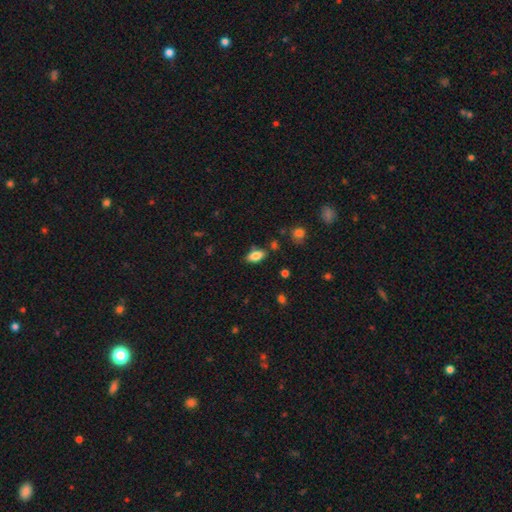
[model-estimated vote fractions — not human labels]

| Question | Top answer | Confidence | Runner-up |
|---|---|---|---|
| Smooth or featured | smooth | 82% | featured or disk (10%) |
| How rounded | in between | 89% | cigar-shaped (8%) |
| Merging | none | 77% | minor disturbance (15%) |